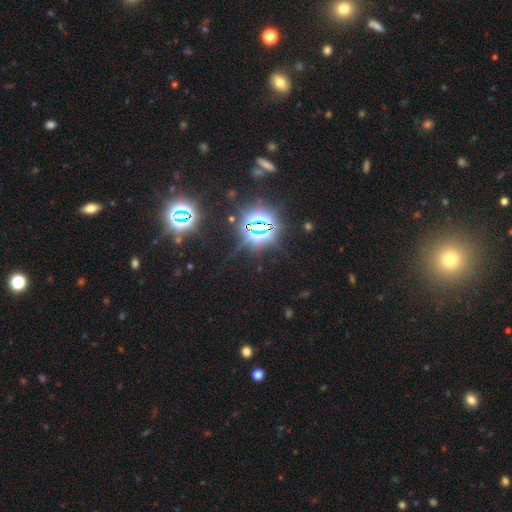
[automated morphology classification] This appears to be a star or artifact, not a galaxy (80%).